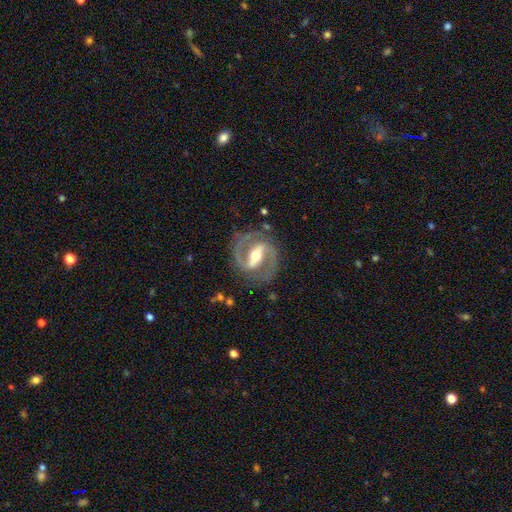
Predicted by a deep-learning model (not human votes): The model was most divided on "spiral winding": medium: 61%, tight: 27%, loose: 12%. More confident: spiral arms — yes (97%); edge-on disk — no (97%); spiral arm count — 2 (93%); smooth or featured — featured or disk (92%); merging — none (82%); bulge size — moderate (65%); bar — strong (65%).